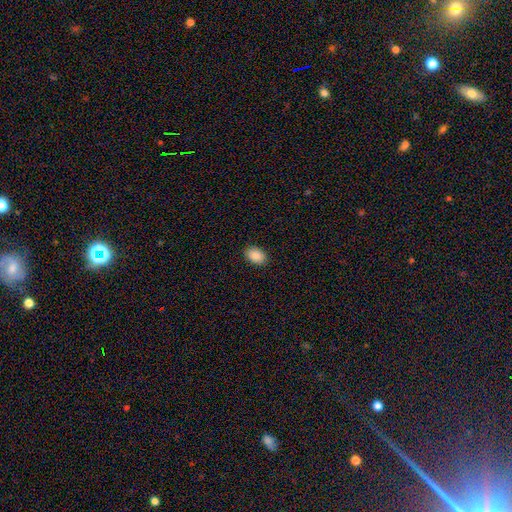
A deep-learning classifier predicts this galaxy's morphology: This appears to be a smooth galaxy with no disk features (89%) that is in between round and cigar-shaped (84%). Merging: none (90%).